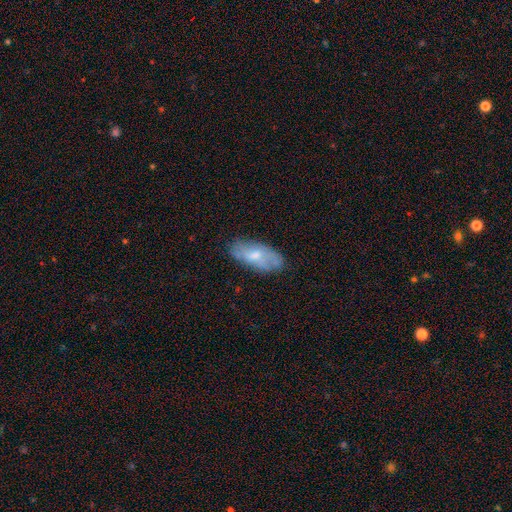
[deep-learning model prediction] This appears to be a smooth galaxy with no disk features (57%) that is in between round and cigar-shaped (86%). Merging: none (71%).